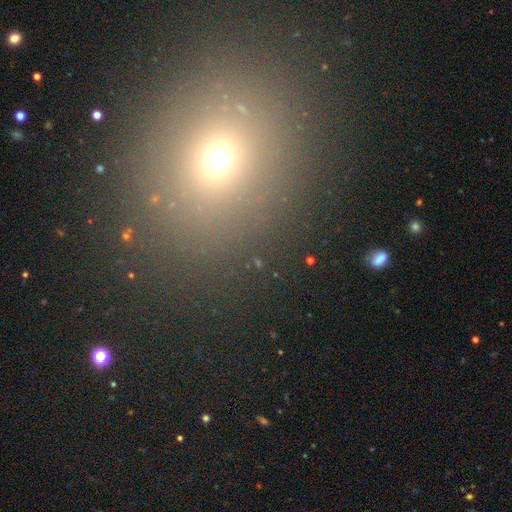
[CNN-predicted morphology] The model was most divided on "smooth or featured": smooth: 60%, star or artifact: 31%, featured or disk: 9%. More confident: merging — none (86%); how rounded — round (69%).